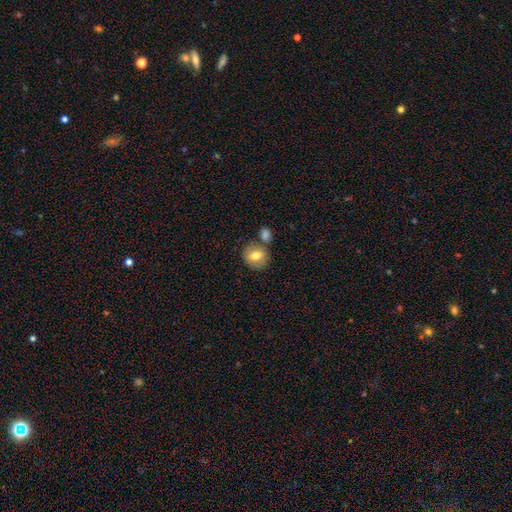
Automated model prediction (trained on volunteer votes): Q: Smooth or featured?
A: smooth (71%); runner-up: featured or disk (21%)
Q: How rounded?
A: round (71%); runner-up: in between (28%)
Q: Merging?
A: none (63%); runner-up: merger (22%)